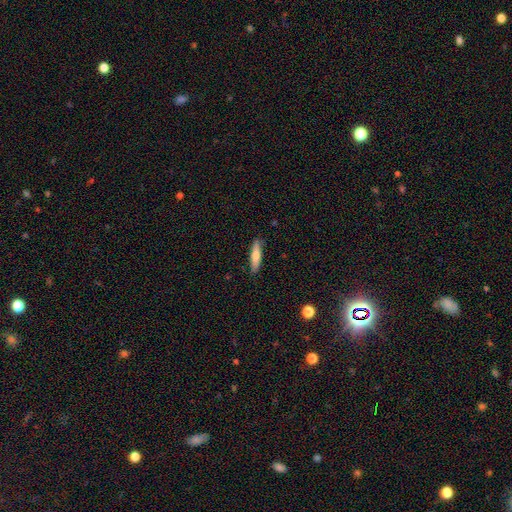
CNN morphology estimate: Q: Smooth or featured?
A: smooth (73%); runner-up: featured or disk (21%)
Q: How rounded?
A: cigar-shaped (77%); runner-up: in between (21%)
Q: Merging?
A: none (85%); runner-up: minor disturbance (11%)